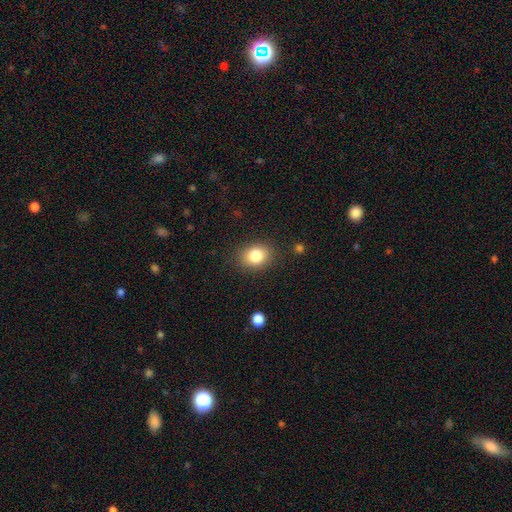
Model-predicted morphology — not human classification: The model was most divided on "how rounded": in between: 52%, round: 47%, cigar-shaped: 1%. More confident: merging — none (85%); smooth or featured — smooth (82%).